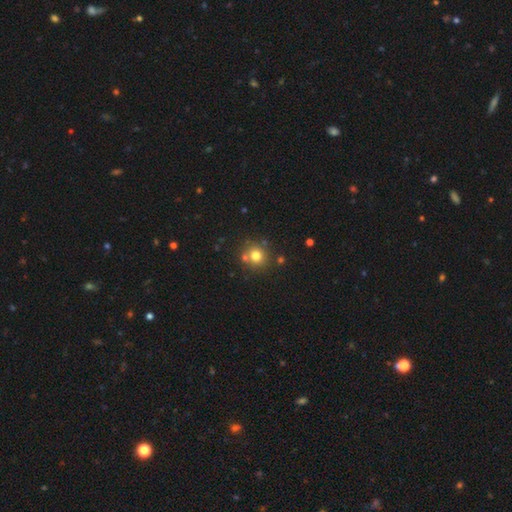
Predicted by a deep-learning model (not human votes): Q: Smooth or featured?
A: smooth (75%); runner-up: star or artifact (14%)
Q: How rounded?
A: round (90%); runner-up: in between (9%)
Q: Merging?
A: none (71%); runner-up: merger (16%)